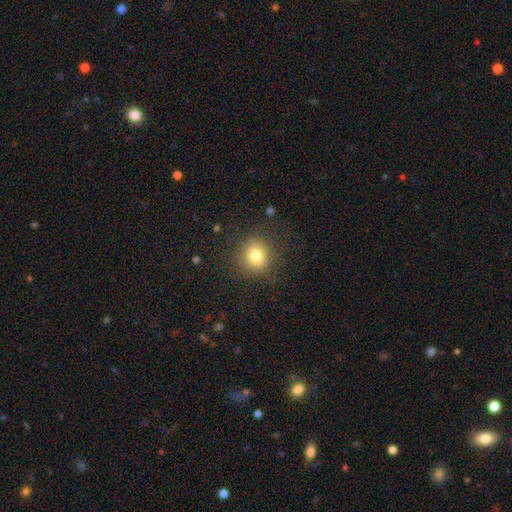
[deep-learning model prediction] smooth-or-featured: smooth: 80% | star or artifact: 12% | featured or disk: 9%
  how-rounded: round: 81% | in between: 18% | cigar-shaped: 1%
  merging: none: 83% | minor disturbance: 11% | major disturbance: 5% | merger: 1%